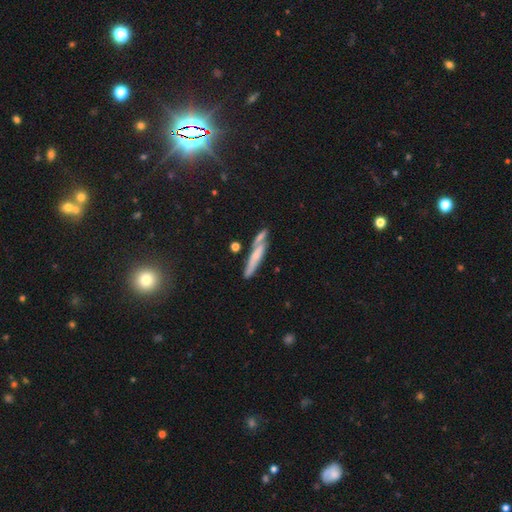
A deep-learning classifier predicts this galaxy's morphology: A smooth galaxy with no disk features (51%) that is cigar-shaped (89%).

Vote fractions:
- Smooth or featured? smooth: 51% / featured or disk: 40% / star or artifact: 9%
- How rounded? cigar-shaped: 89% / in between: 9% / round: 2%
- Merging? none: 60% / merger: 19% / minor disturbance: 16% / major disturbance: 5%